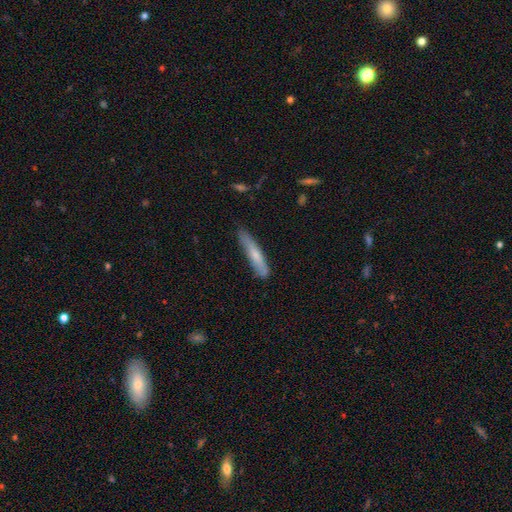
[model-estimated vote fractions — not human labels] This is likely a smooth galaxy (67%). How rounded: clearly cigar-shaped (91%). Merging: likely none (74%).